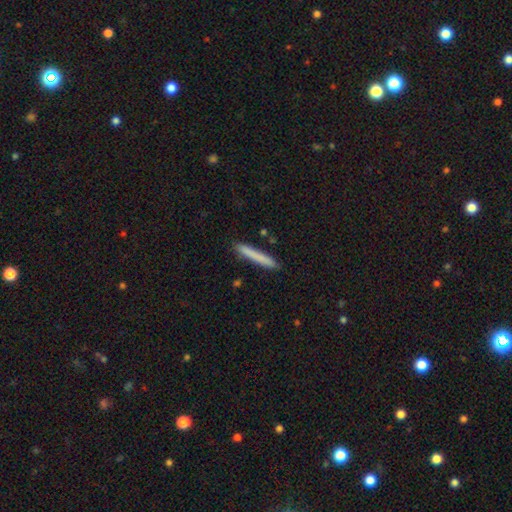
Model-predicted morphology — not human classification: This appears to be a smooth galaxy with no disk features (78%) that is cigar-shaped (96%). Merging: none (89%).